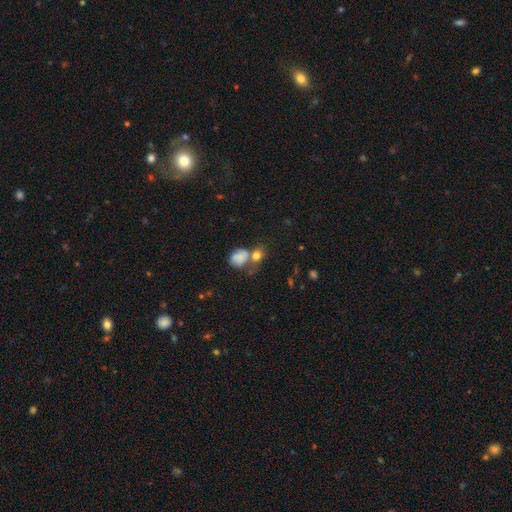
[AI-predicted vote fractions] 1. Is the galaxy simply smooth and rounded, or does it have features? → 67% smooth, 20% star or artifact, 13% featured or disk.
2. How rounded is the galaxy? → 59% round, 39% in between, 2% cigar-shaped.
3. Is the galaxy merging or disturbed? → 41% none, 38% merger, 13% minor disturbance, 9% major disturbance.